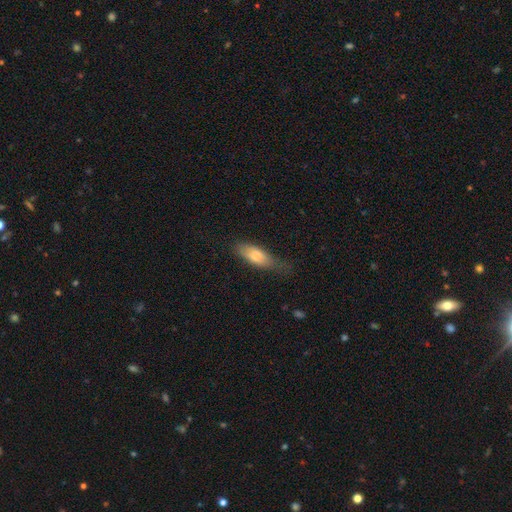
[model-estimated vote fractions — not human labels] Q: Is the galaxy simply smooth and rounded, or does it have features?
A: smooth — 74%.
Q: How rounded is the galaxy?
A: in between — 68%.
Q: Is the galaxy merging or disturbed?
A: none — 51%.